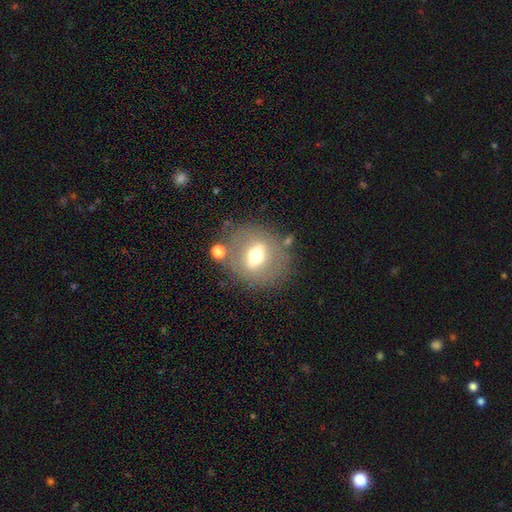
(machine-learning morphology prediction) Smooth or featured?
  - featured or disk: 49% *
  - smooth: 41%
  - star or artifact: 10%
Merging?
  - none: 76% *
  - minor disturbance: 12%
  - major disturbance: 6%
  - merger: 6%